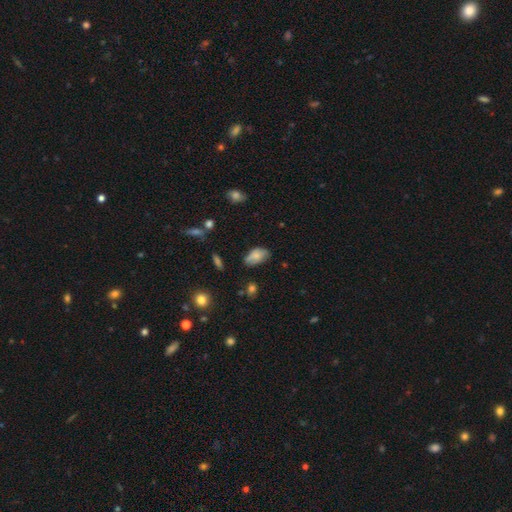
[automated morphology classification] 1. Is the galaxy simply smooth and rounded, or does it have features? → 76% smooth, 16% featured or disk, 9% star or artifact.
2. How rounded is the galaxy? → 92% in between, 6% round, 2% cigar-shaped.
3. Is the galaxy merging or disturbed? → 59% none, 31% minor disturbance, 7% major disturbance, 3% merger.